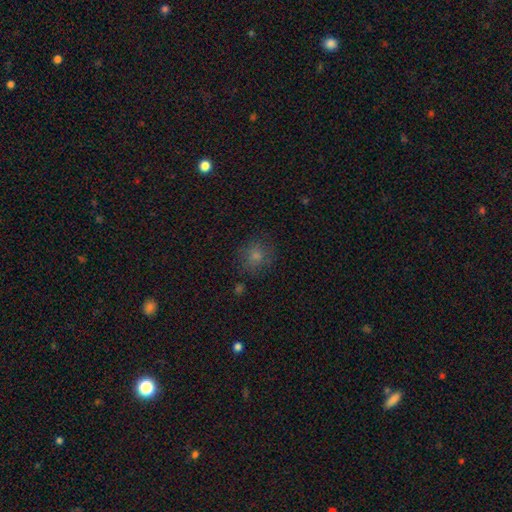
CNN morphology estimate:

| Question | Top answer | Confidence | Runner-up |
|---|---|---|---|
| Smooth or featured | smooth | 76% | star or artifact (14%) |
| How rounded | round | 82% | in between (17%) |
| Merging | none | 77% | minor disturbance (15%) |